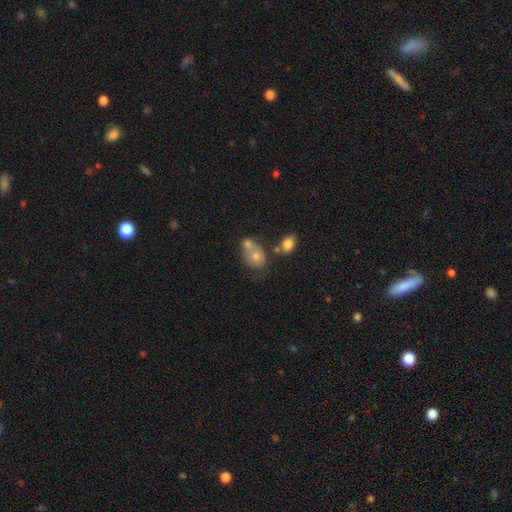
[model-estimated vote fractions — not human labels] Smooth or featured? smooth (59%)
How rounded? round (53%)
Merging? merger (40%)